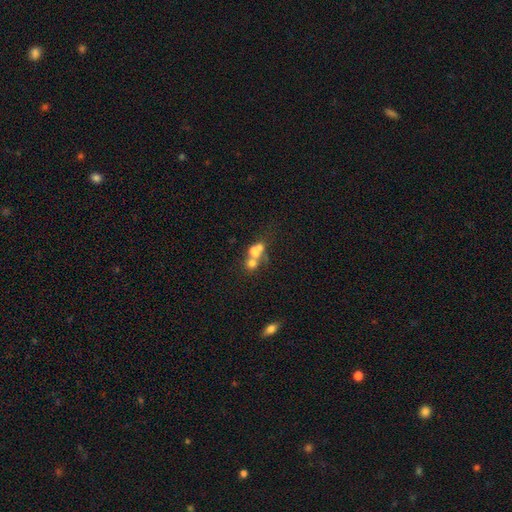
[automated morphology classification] This is possibly a smooth galaxy (57%). How rounded: likely round (71%). Merging: possibly merger (59%).